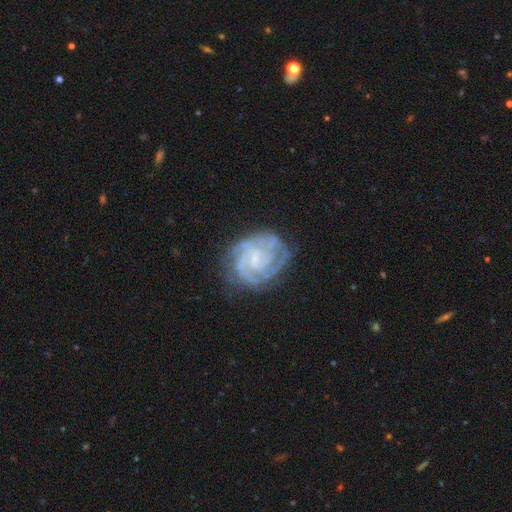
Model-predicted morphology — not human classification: Smooth or featured? featured or disk (86%)
Edge-on disk? no (98%)
Bar? no (51%)
Spiral arms? yes (97%)
Spiral winding? tight (71%)
Spiral arm count? 3 (29%)
Bulge size? small (65%)
Merging? none (77%)